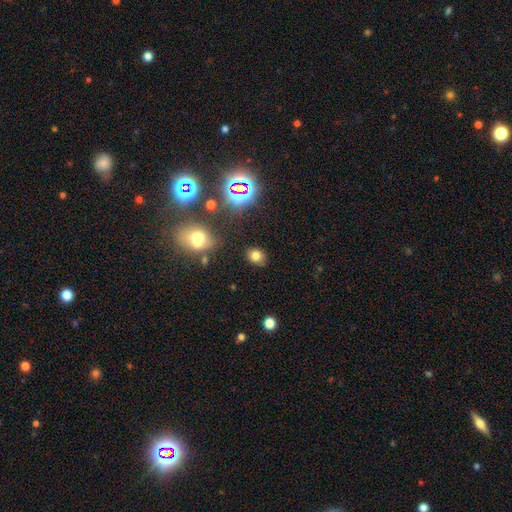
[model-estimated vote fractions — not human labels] Morphology: type=smooth (74%); roundness=round (52%); merging=none (83%).